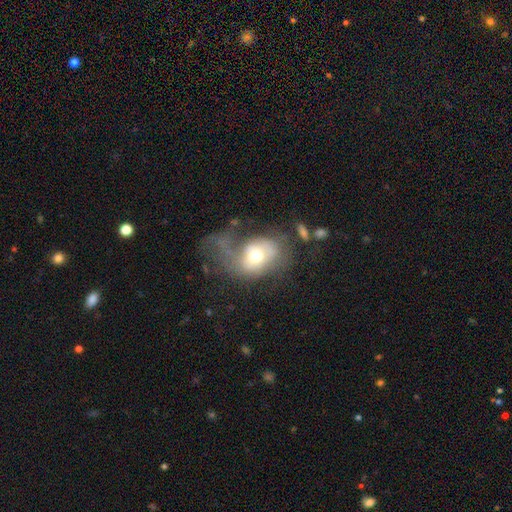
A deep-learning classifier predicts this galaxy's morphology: smooth-or-featured: smooth: 52% | featured or disk: 40% | star or artifact: 9%
  how-rounded: in between: 58% | round: 40% | cigar-shaped: 1%
  merging: major disturbance: 51% | none: 24% | minor disturbance: 19% | merger: 7%